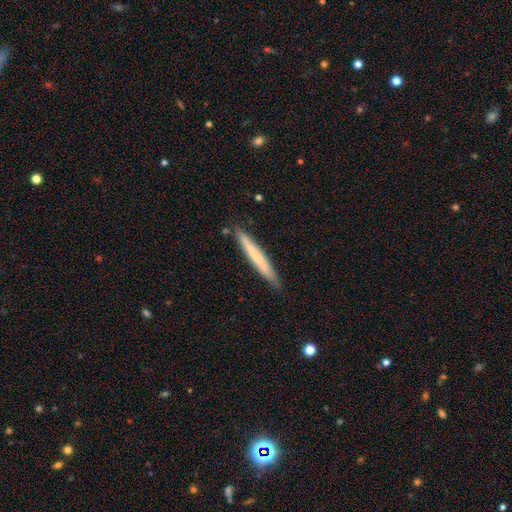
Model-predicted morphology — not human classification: type=smooth (62%); roundness=cigar-shaped (97%); merging=none (89%).